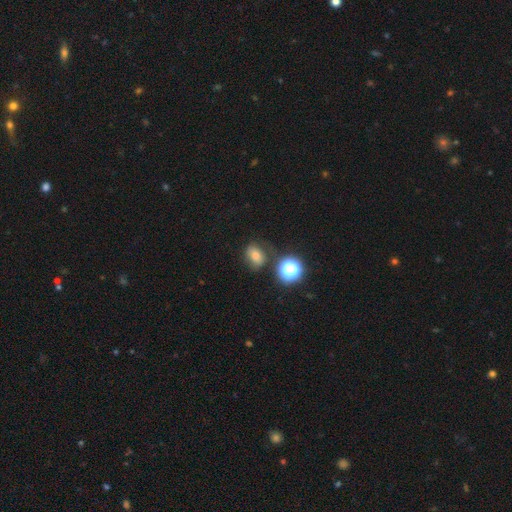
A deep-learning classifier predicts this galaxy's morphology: Q: Smooth or featured?
A: smooth (71%); runner-up: star or artifact (18%)
Q: How rounded?
A: in between (63%); runner-up: round (36%)
Q: Merging?
A: none (68%); runner-up: minor disturbance (19%)